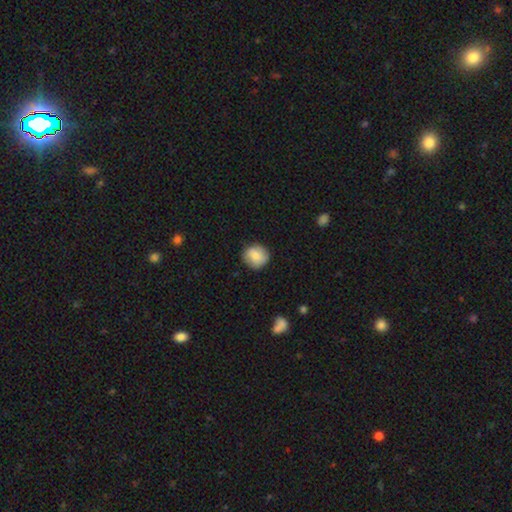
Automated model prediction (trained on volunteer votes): smooth-or-featured: smooth: 83% | featured or disk: 10% | star or artifact: 7%
  how-rounded: round: 86% | in between: 13% | cigar-shaped: 1%
  merging: none: 84% | minor disturbance: 12% | major disturbance: 3% | merger: 1%